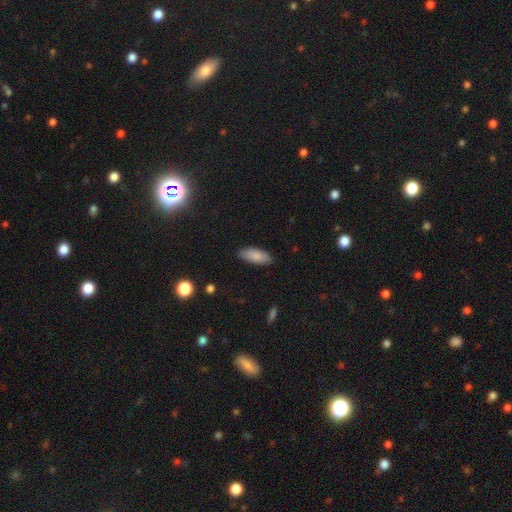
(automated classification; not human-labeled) Smooth or featured?
  - smooth: 86% *
  - featured or disk: 8%
  - star or artifact: 6%
How rounded?
  - in between: 79% *
  - cigar-shaped: 19%
  - round: 2%
Merging?
  - none: 86% *
  - minor disturbance: 11%
  - major disturbance: 2%
  - merger: 1%